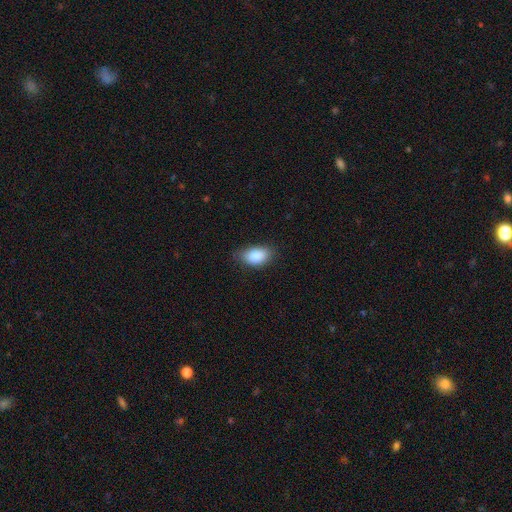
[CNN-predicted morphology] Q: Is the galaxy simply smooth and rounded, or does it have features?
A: smooth — 85%.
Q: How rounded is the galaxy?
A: in between — 89%.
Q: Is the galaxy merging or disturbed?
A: none — 73%.